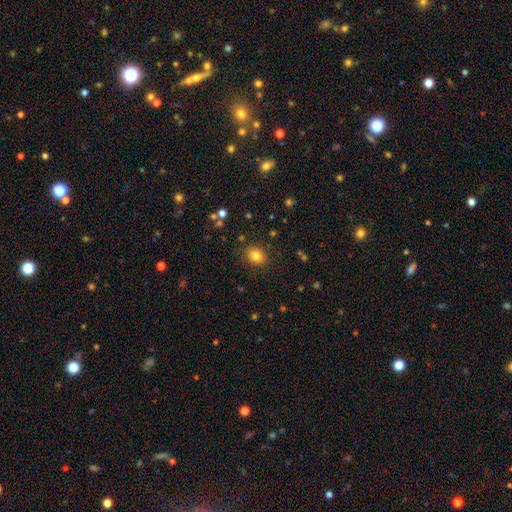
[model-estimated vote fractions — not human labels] smooth 82%, star or artifact 12%, featured or disk 7%. Down the decision tree: how rounded — round (52%); merging — none (87%).